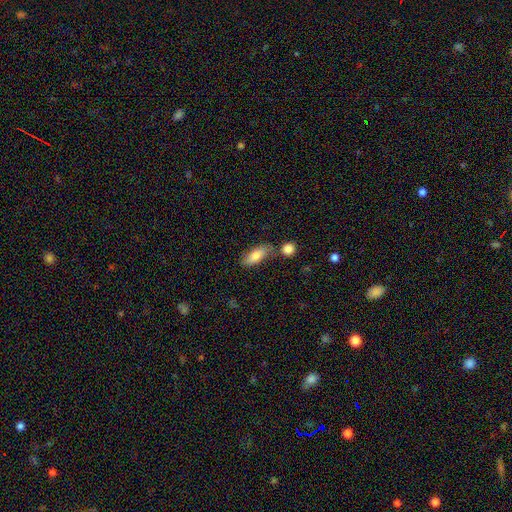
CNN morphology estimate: Overall: smooth (79%). How rounded: in between (78%). Merging: none (64%).